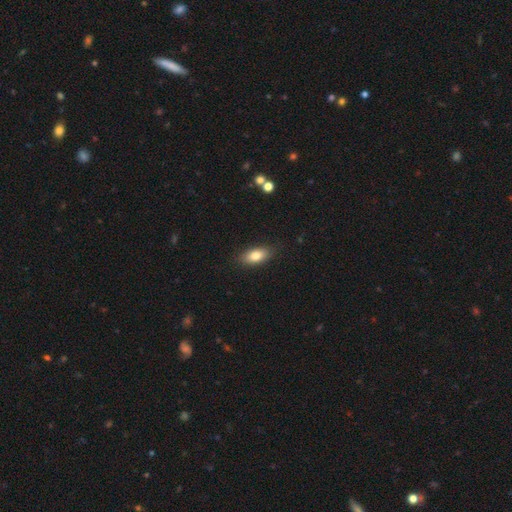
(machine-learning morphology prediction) A smooth galaxy with no disk features (80%) that is in between round and cigar-shaped (85%).

Vote fractions:
- Smooth or featured? smooth: 80% / featured or disk: 12% / star or artifact: 7%
- How rounded? in between: 85% / cigar-shaped: 10% / round: 5%
- Merging? none: 86% / minor disturbance: 10% / major disturbance: 2% / merger: 1%